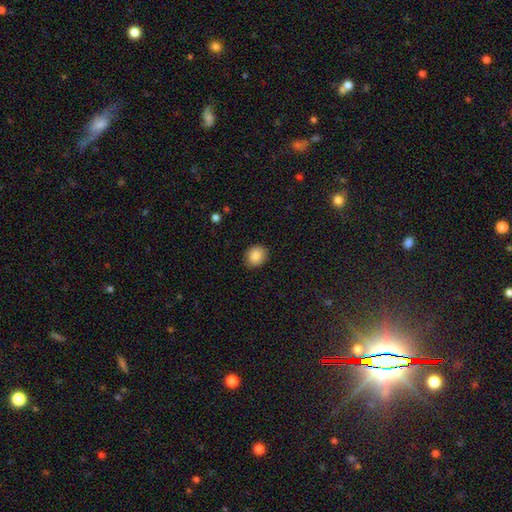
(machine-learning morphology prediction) smooth_or_featured: smooth (p=0.87) [alt: star or artifact p=0.08]
how_rounded: round (p=0.60) [alt: in between p=0.39]
merging: none (p=0.86) [alt: minor disturbance p=0.10]